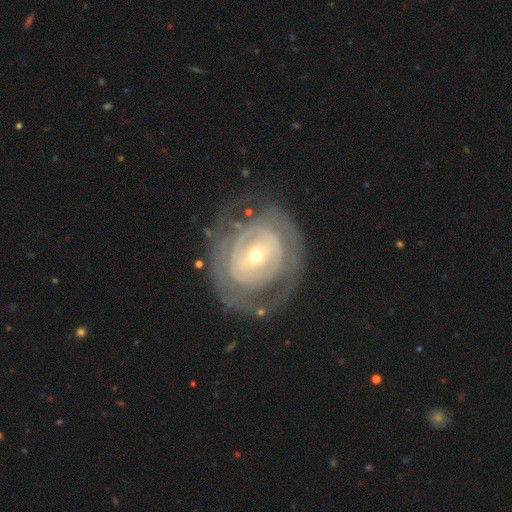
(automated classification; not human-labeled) This appears to be a featured or disk galaxy (78%) with no bar (48%), spiral arms (64%) and a small central bulge (66%). Merging: none (70%).